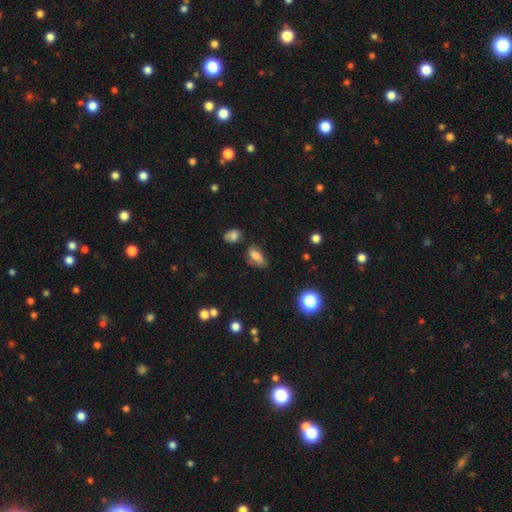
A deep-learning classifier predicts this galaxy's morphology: Smooth or featured?
  - smooth: 75% *
  - featured or disk: 14%
  - star or artifact: 11%
How rounded?
  - in between: 83% *
  - cigar-shaped: 11%
  - round: 6%
Merging?
  - none: 56% *
  - minor disturbance: 29%
  - major disturbance: 9%
  - merger: 6%